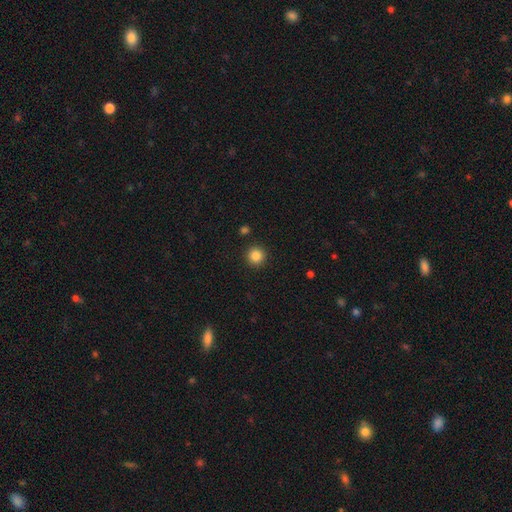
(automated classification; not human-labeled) Smooth or featured? Predicted: smooth (p=0.86). How rounded? Predicted: round (p=0.95). Merging? Predicted: none (p=0.91).